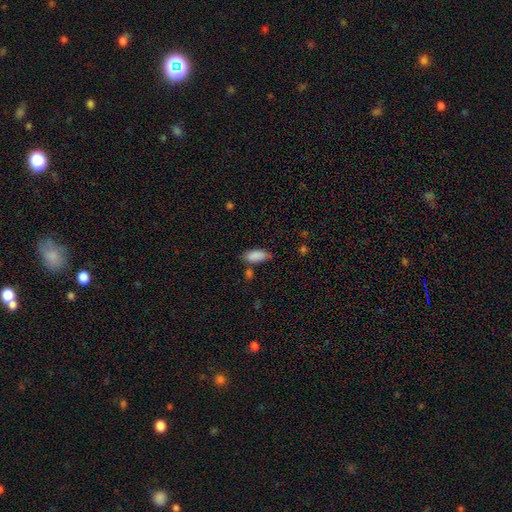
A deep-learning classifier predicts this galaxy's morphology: The model was most divided on "merging": none: 64%, minor disturbance: 23%, merger: 9%, major disturbance: 5%. More confident: how rounded — in between (88%); smooth or featured — smooth (87%).